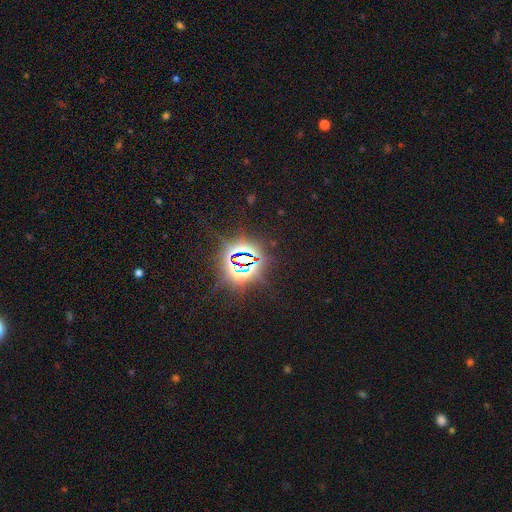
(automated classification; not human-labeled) Smooth or featured?
  - star or artifact: 85% *
  - smooth: 8%
  - featured or disk: 7%